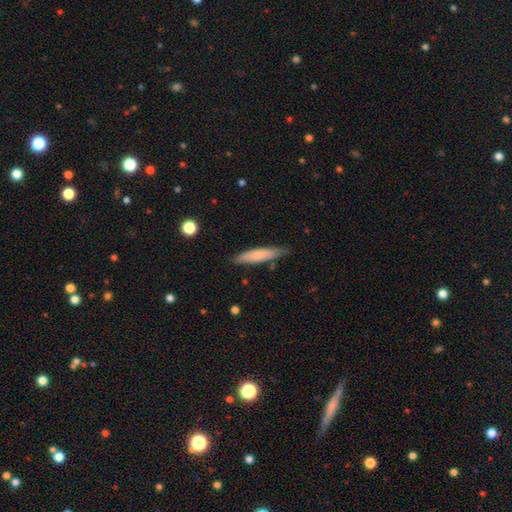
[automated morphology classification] type=smooth (72%); roundness=cigar-shaped (82%); merging=none (77%).